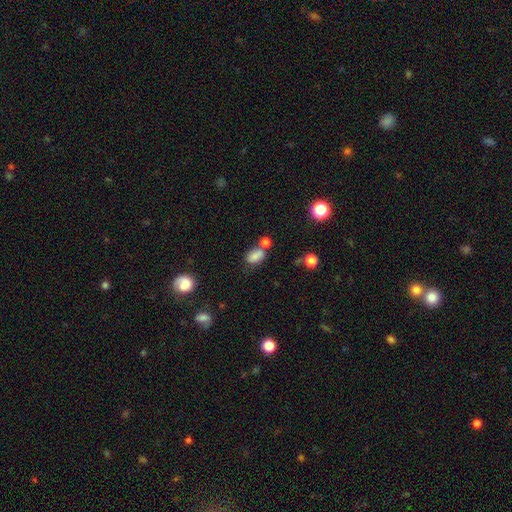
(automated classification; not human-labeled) Smooth or featured: smooth — 79% (star or artifact — 12%)
How rounded: in between — 83% (round — 15%)
Merging: none — 49% (merger — 26%)